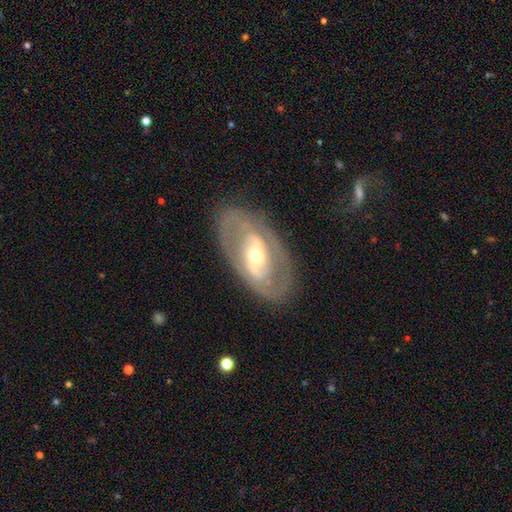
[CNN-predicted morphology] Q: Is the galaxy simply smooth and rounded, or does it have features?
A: featured or disk — 78%.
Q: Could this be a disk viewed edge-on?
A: no — 92%.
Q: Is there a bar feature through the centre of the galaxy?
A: no — 42%.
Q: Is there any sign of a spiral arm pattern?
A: yes — 64%.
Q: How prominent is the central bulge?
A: moderate — 53%.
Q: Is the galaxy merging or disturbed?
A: none — 77%.